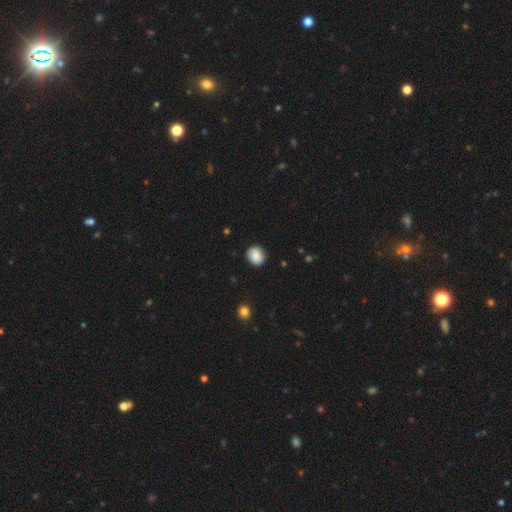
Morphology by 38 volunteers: type=smooth (92%); roundness=round (83%); merging=none (86%).